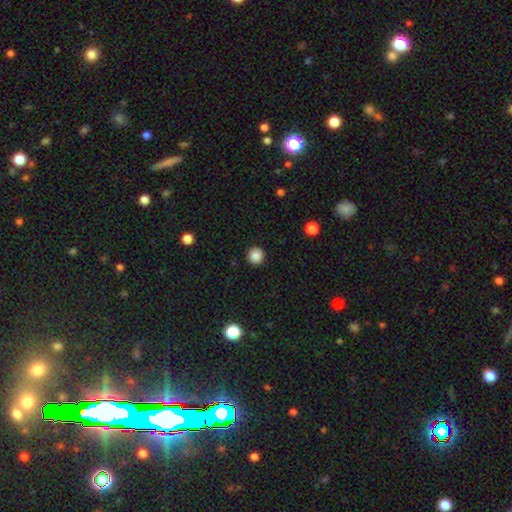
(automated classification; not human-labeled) Morphology: type=smooth (86%); roundness=round (95%); merging=none (92%).